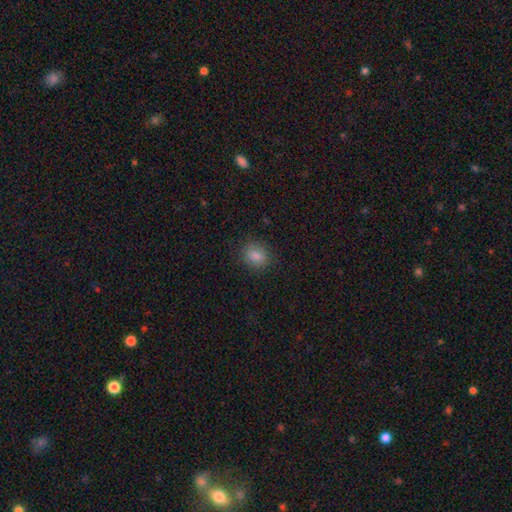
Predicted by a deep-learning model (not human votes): smooth_or_featured: smooth (p=0.82) [alt: star or artifact p=0.12]
how_rounded: round (p=0.62) [alt: in between p=0.37]
merging: none (p=0.88) [alt: minor disturbance p=0.09]